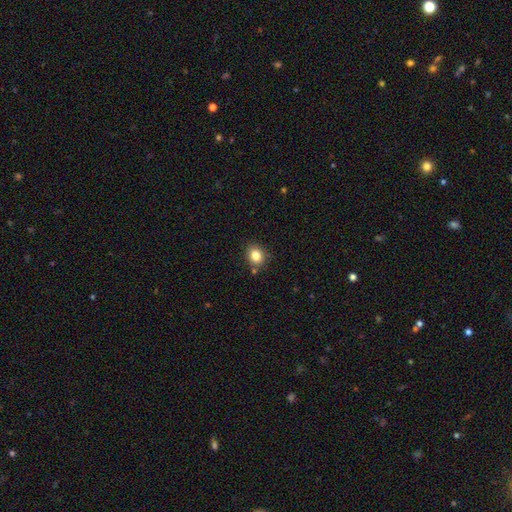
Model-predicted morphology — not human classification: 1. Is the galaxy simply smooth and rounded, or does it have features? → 82% smooth, 11% star or artifact, 7% featured or disk.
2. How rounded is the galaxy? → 60% round, 39% in between, 1% cigar-shaped.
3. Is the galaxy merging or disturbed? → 81% none, 11% minor disturbance, 5% merger, 3% major disturbance.